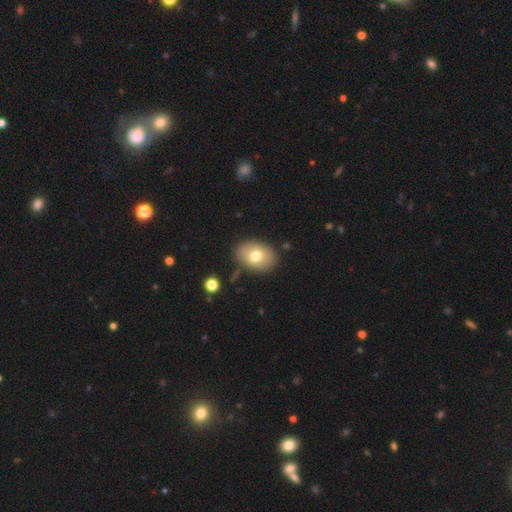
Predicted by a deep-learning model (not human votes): smooth 73%, featured or disk 19%, star or artifact 8%. Down the decision tree: how rounded — in between (79%); merging — none (82%).